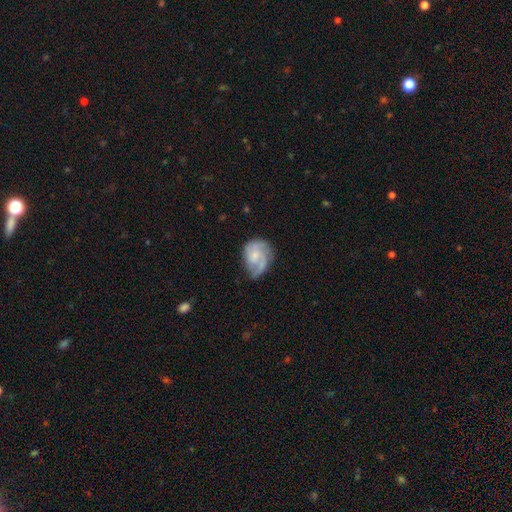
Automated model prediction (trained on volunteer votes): Smooth or featured? featured or disk (62%)
Edge-on disk? no (98%)
Bar? no (66%)
Spiral arms? yes (84%)
Spiral winding? medium (42%)
Spiral arm count? 2 (39%)
Bulge size? small (45%)
Merging? none (48%)